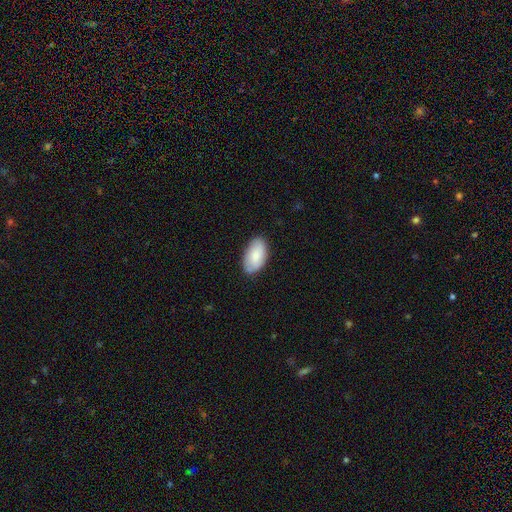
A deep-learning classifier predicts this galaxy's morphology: Overall: smooth (83%). How rounded: in between (95%). Merging: none (83%).